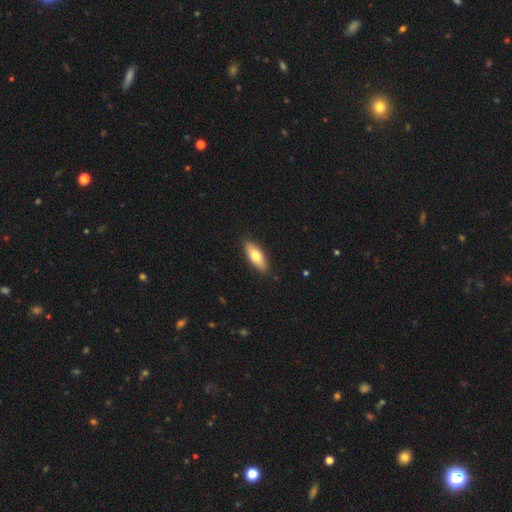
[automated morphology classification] This appears to be a smooth galaxy with no disk features (70%) that is in between round and cigar-shaped (71%). Merging: none (89%).